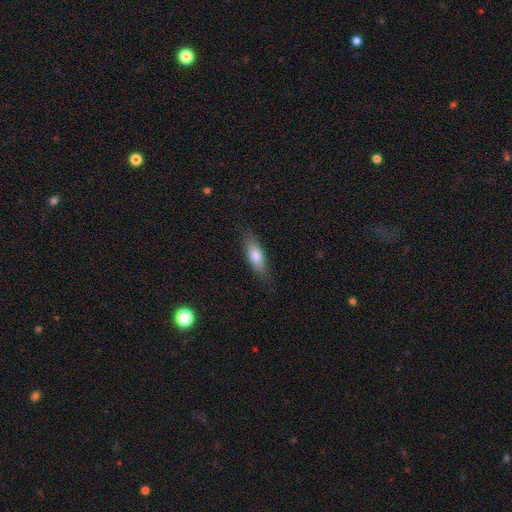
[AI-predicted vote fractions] The model was most divided on "how rounded": in between: 59%, cigar-shaped: 39%, round: 2%. More confident: merging — none (82%); smooth or featured — smooth (76%).